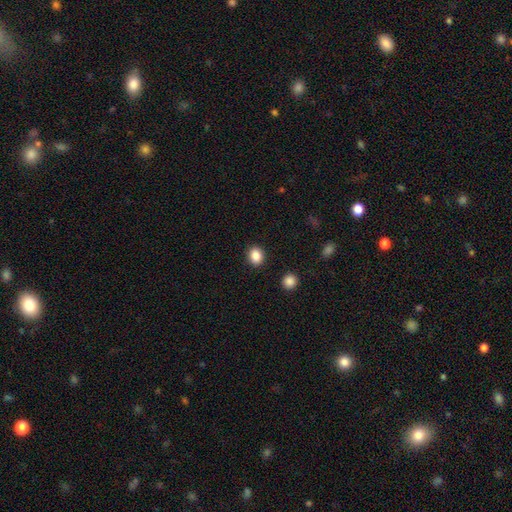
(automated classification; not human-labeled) smooth_or_featured: smooth (p=0.87) [alt: star or artifact p=0.09]
how_rounded: round (p=0.61) [alt: in between p=0.38]
merging: none (p=0.90) [alt: minor disturbance p=0.06]